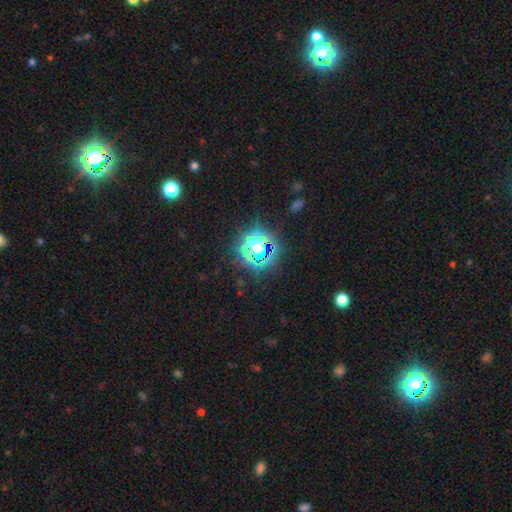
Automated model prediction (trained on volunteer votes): Overall: star or artifact (77%).